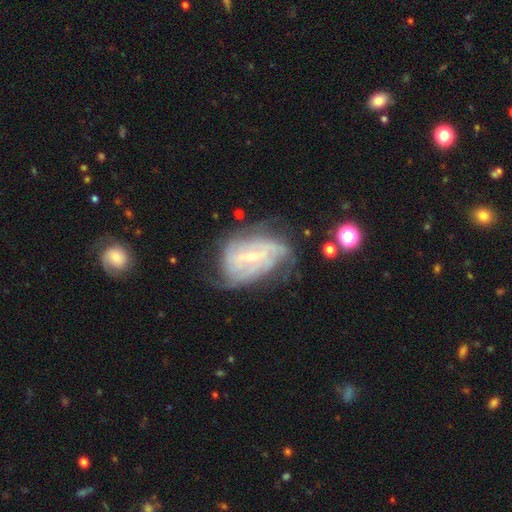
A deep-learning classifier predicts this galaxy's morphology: This is likely a featured or disk galaxy (78%). It is clearly not viewed edge-on (96%). Bar: marginally weak (44%). Spiral arm pattern: clearly yes (88%). Spiral arm count: marginally can't tell (42%). Spiral winding: possibly tight (51%). Central bulge: likely small (71%). Merging: possibly none (51%).